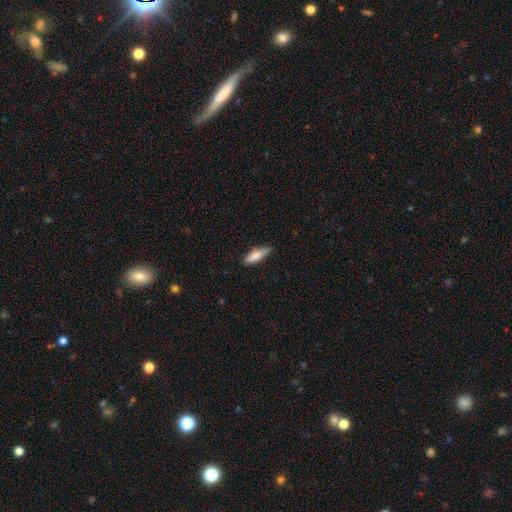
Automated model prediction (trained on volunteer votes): Overall: smooth (79%). How rounded: cigar-shaped (53%; in between 45%). Merging: none (77%).